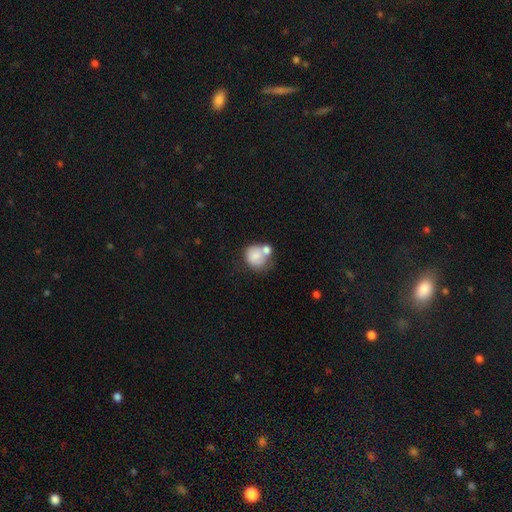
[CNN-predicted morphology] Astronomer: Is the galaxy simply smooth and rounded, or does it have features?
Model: smooth — 75%.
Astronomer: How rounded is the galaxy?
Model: round — 75%.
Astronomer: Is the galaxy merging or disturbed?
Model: merger — 44% (runner-up: none, 32%).